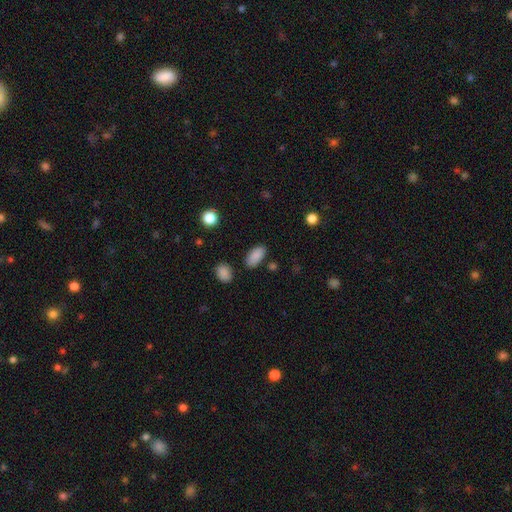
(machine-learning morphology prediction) type=smooth (88%); roundness=in between (92%); merging=none (83%).